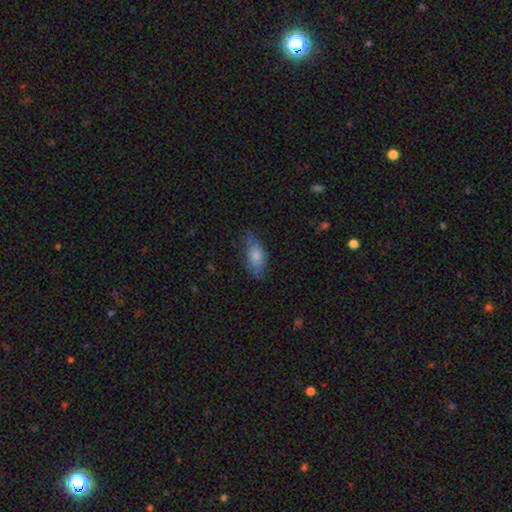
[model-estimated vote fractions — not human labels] Overall: smooth (61%; featured or disk 31%). How rounded: in between (82%). Merging: none (69%).